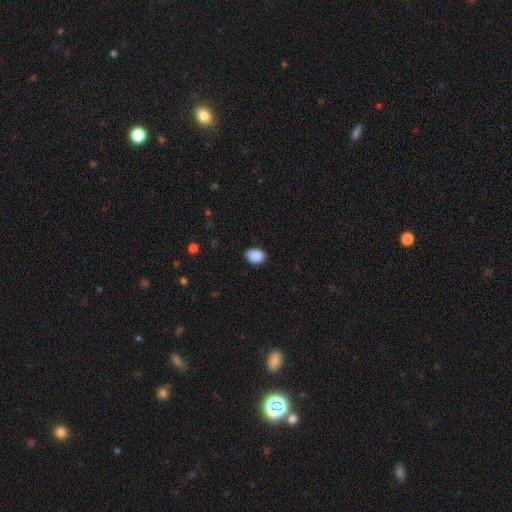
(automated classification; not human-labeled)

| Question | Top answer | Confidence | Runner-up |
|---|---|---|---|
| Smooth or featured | smooth | 90% | star or artifact (8%) |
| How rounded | in between | 74% | round (25%) |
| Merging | none | 84% | minor disturbance (13%) |